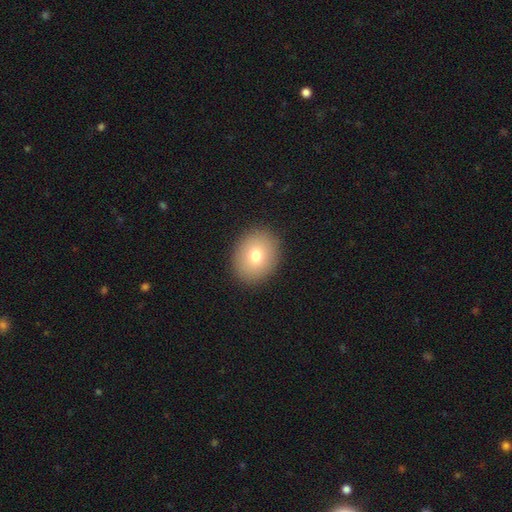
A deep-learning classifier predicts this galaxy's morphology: A smooth galaxy with no disk features (75%) that is round (55%).

Vote fractions:
- Smooth or featured? smooth: 75% / featured or disk: 14% / star or artifact: 10%
- How rounded? round: 55% / in between: 44% / cigar-shaped: 1%
- Merging? none: 90% / minor disturbance: 7% / major disturbance: 2% / merger: 1%